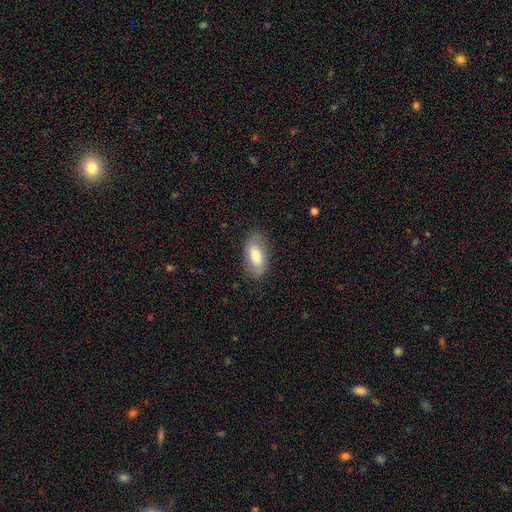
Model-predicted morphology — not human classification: Smooth or featured? smooth (75%)
How rounded? in between (91%)
Merging? none (80%)